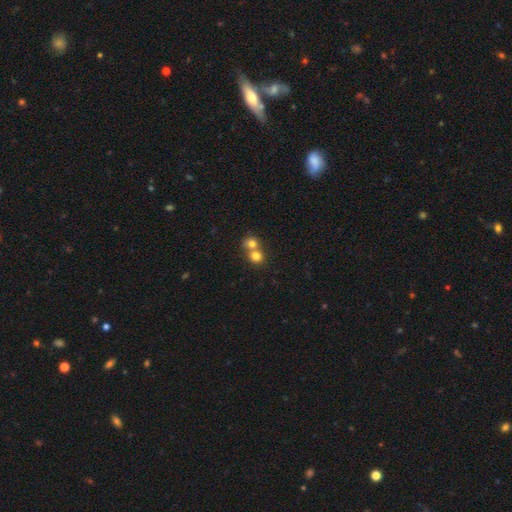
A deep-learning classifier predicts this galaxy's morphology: A smooth galaxy with no disk features (77%) that is round (81%). Merging: merger (57%).